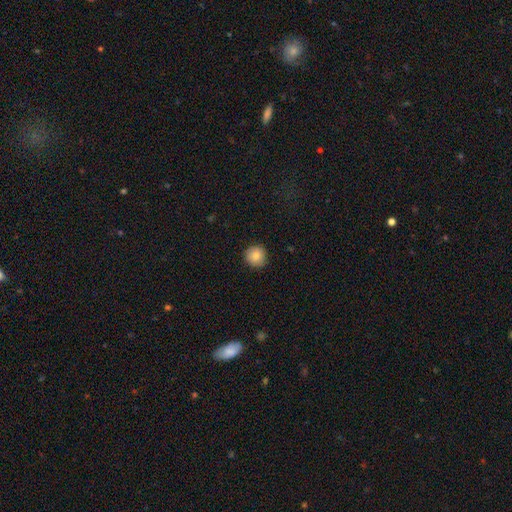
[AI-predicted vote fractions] Overall: smooth (85%). How rounded: round (94%). Merging: none (90%).